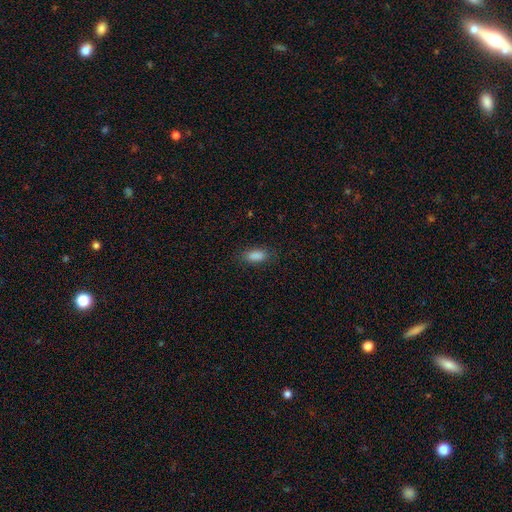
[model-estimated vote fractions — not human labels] Smooth or featured: smooth — 87% (star or artifact — 9%)
How rounded: in between — 86% (cigar-shaped — 10%)
Merging: none — 82% (minor disturbance — 13%)